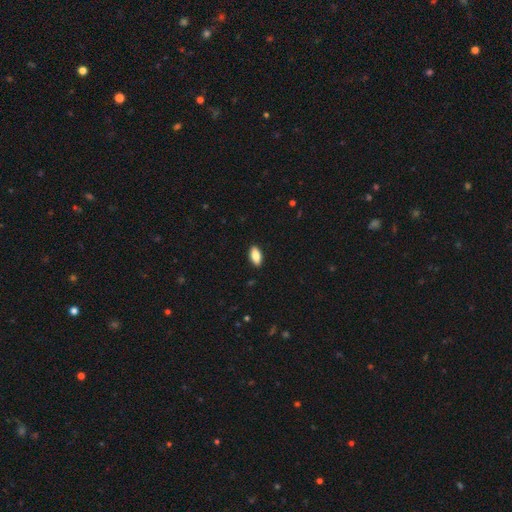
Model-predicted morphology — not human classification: This is clearly a smooth galaxy (84%). How rounded: clearly in between (89%). Merging: clearly none (90%).